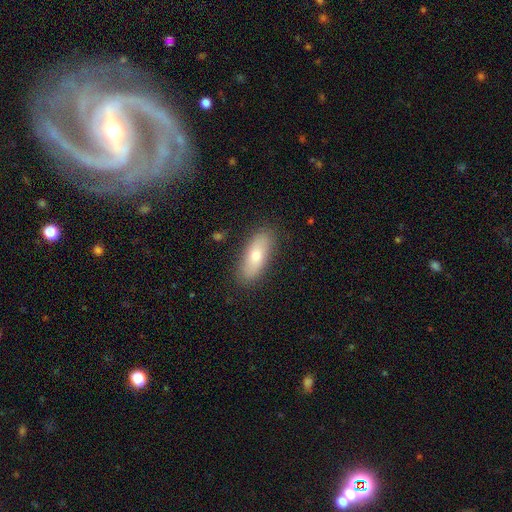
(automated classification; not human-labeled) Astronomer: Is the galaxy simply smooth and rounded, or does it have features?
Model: smooth — 68%.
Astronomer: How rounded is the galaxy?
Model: in between — 72%.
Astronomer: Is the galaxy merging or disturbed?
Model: none — 87%.